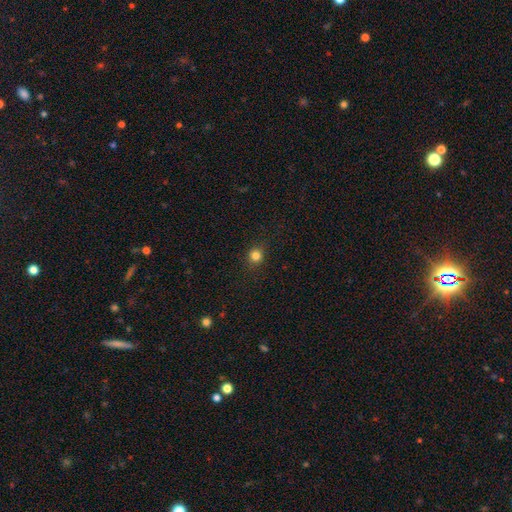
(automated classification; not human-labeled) Smooth or featured? smooth (82%)
How rounded? round (91%)
Merging? none (89%)